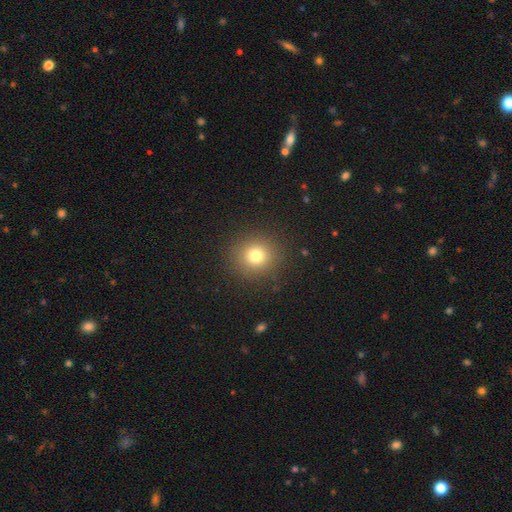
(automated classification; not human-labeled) smooth 77%, star or artifact 15%, featured or disk 8%. Down the decision tree: how rounded — round (92%); merging — none (90%).